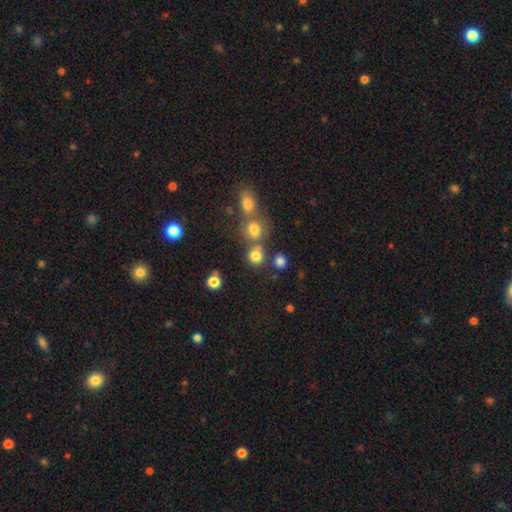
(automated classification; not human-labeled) Q: Smooth or featured?
A: smooth (78%); runner-up: star or artifact (15%)
Q: How rounded?
A: round (83%); runner-up: in between (15%)
Q: Merging?
A: none (62%); runner-up: merger (25%)